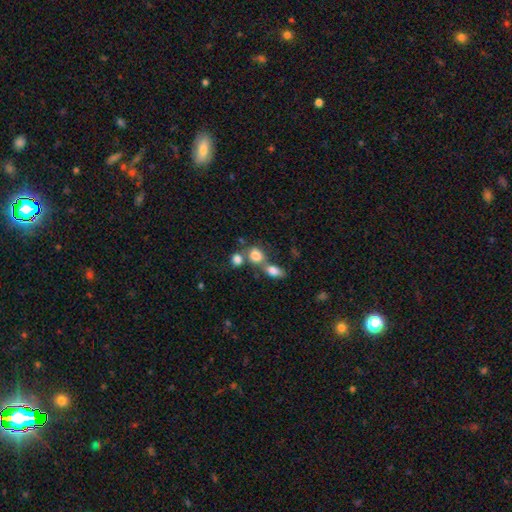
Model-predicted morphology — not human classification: Smooth or featured?
  - smooth: 79% *
  - star or artifact: 11%
  - featured or disk: 10%
How rounded?
  - round: 54% *
  - in between: 44%
  - cigar-shaped: 2%
Merging?
  - merger: 45% *
  - none: 40%
  - minor disturbance: 10%
  - major disturbance: 5%